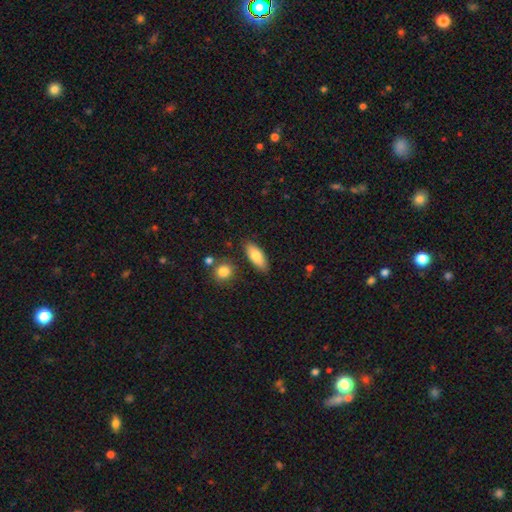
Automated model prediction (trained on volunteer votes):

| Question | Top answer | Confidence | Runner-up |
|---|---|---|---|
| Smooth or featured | smooth | 80% | featured or disk (14%) |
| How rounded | in between | 77% | cigar-shaped (20%) |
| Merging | none | 82% | minor disturbance (12%) |